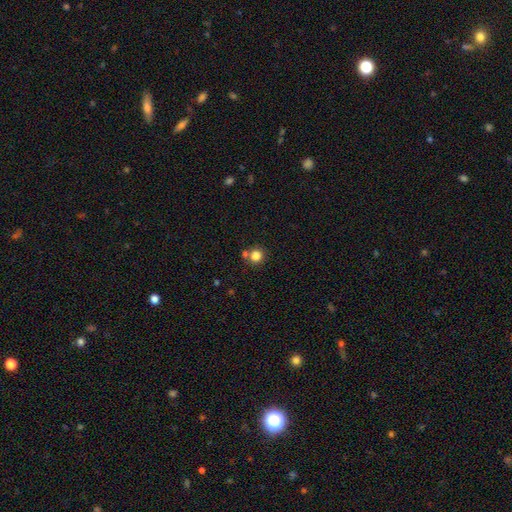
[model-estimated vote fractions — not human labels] smooth-or-featured: smooth: 82% | star or artifact: 12% | featured or disk: 6%
  how-rounded: round: 91% | in between: 8% | cigar-shaped: 1%
  merging: none: 70% | merger: 19% | minor disturbance: 8% | major disturbance: 3%